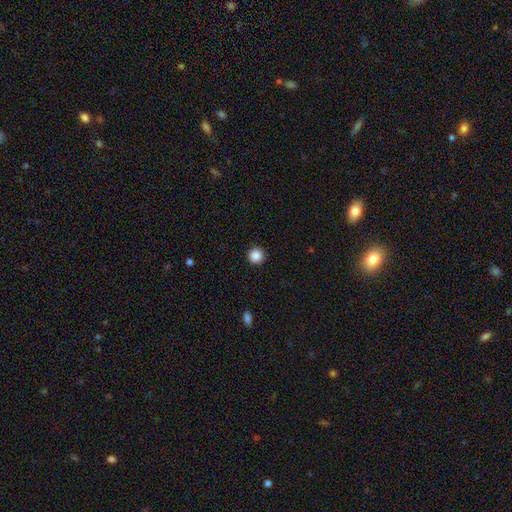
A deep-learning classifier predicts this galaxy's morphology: smooth-or-featured: smooth: 87% | star or artifact: 10% | featured or disk: 3%
  how-rounded: round: 96% | in between: 3% | cigar-shaped: 1%
  merging: none: 93% | minor disturbance: 4% | major disturbance: 2% | merger: 1%